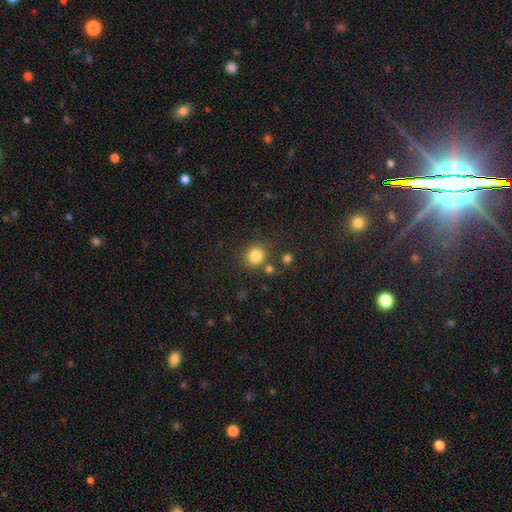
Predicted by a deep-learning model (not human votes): smooth_or_featured: smooth (p=0.83) [alt: star or artifact p=0.12]
how_rounded: round (p=0.89) [alt: in between p=0.10]
merging: none (p=0.79) [alt: minor disturbance p=0.09]